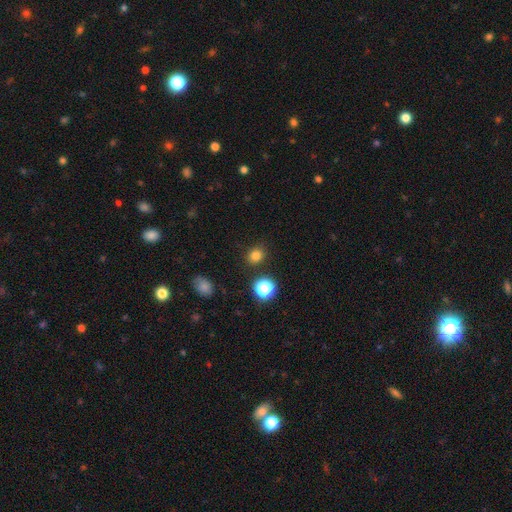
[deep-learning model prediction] Smooth or featured? Predicted: smooth (p=0.79). How rounded? Predicted: round (p=0.70). Merging? Predicted: none (p=0.85).